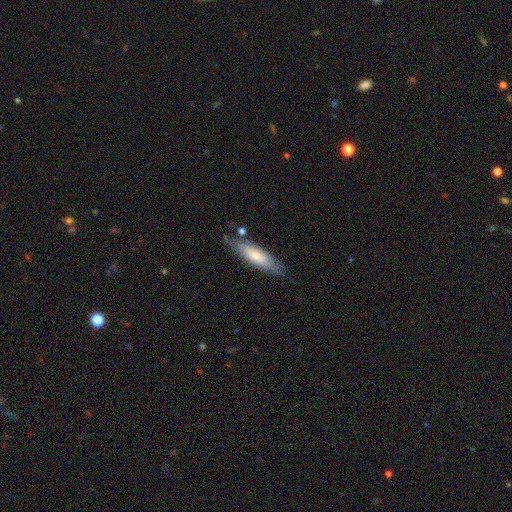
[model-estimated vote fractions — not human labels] Smooth or featured? smooth (71%)
How rounded? cigar-shaped (66%)
Merging? none (74%)